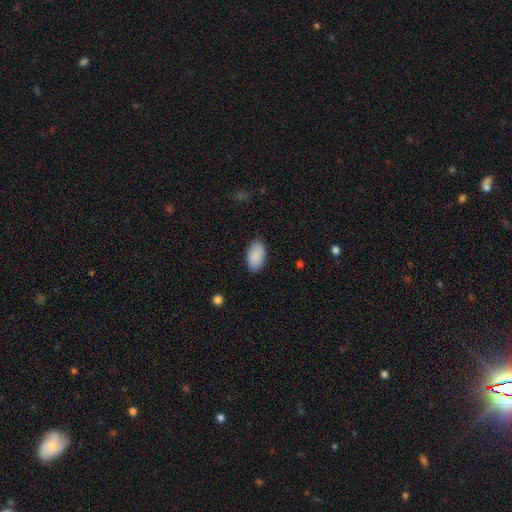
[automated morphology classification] Smooth or featured? smooth (90%)
How rounded? in between (95%)
Merging? none (85%)